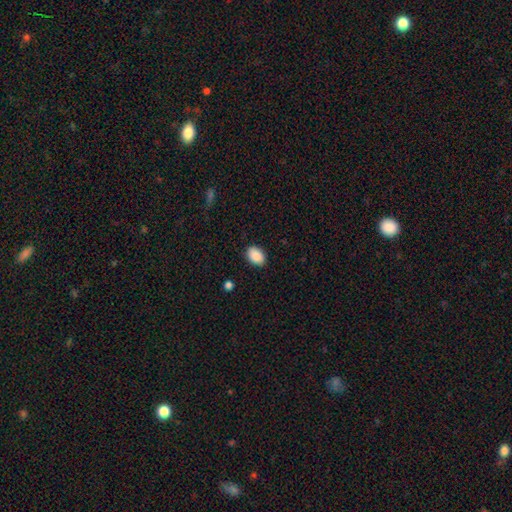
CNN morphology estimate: The model was most divided on "how rounded": in between: 86%, round: 13%, cigar-shaped: 1%. More confident: smooth or featured — smooth (90%); merging — none (88%).